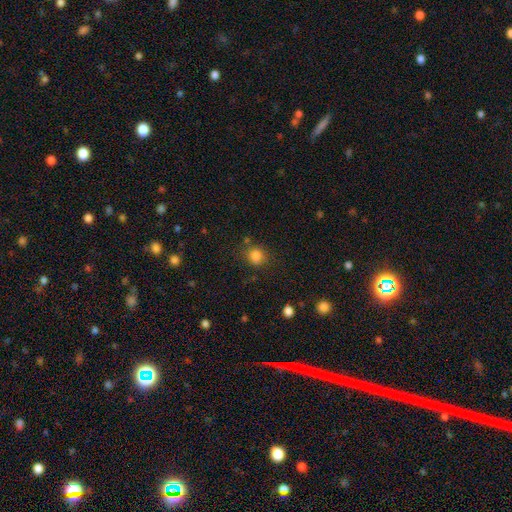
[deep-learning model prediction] Smooth or featured? Predicted: smooth (p=0.83). How rounded? Predicted: round (p=0.78). Merging? Predicted: none (p=0.78).